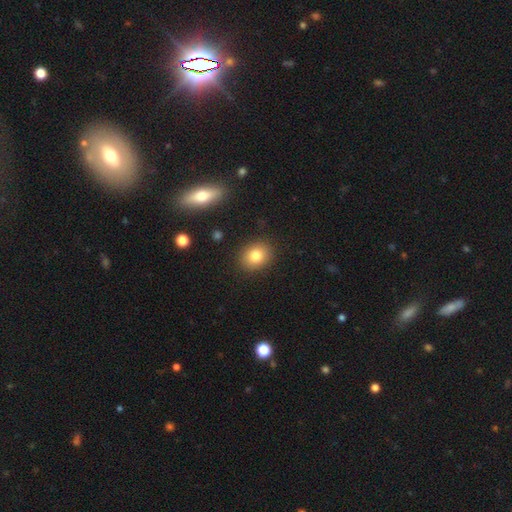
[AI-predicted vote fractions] This appears to be a smooth galaxy with no disk features (81%) that is round (54%). Merging: none (88%).